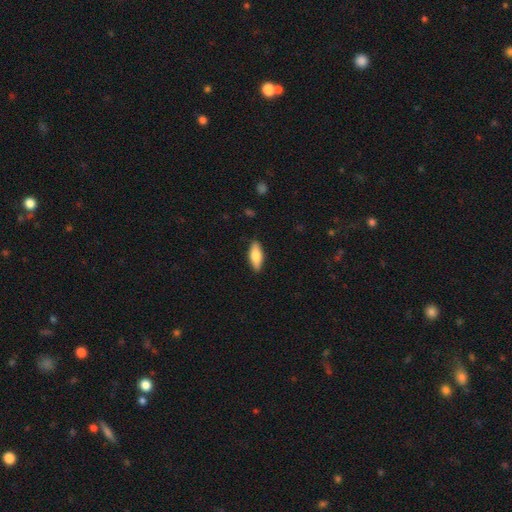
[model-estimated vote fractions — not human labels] Smooth or featured: smooth — 77% (featured or disk — 17%)
How rounded: in between — 70% (cigar-shaped — 27%)
Merging: none — 88% (minor disturbance — 10%)